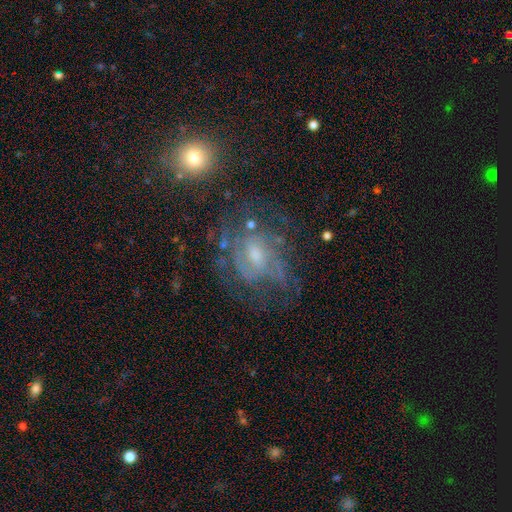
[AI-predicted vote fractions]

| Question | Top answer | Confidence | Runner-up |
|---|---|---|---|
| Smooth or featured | featured or disk | 72% | smooth (15%) |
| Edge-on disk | no | 97% | yes (3%) |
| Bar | no | 52% | weak (40%) |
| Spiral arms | yes | 78% | no (22%) |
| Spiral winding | tight | 46% | medium (39%) |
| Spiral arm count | can't tell | 50% | 2 (20%) |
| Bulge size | small | 47% | moderate (41%) |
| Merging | none | 56% | major disturbance (21%) |